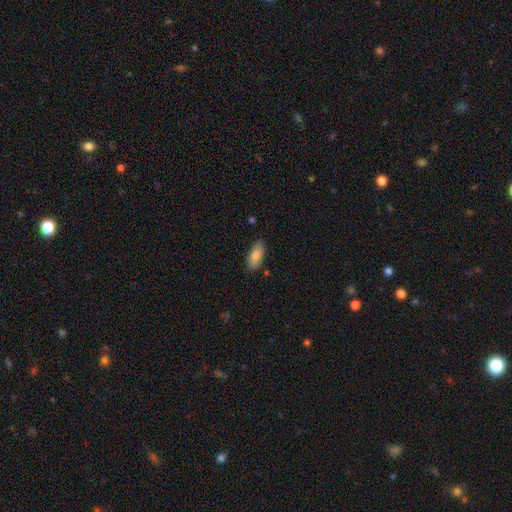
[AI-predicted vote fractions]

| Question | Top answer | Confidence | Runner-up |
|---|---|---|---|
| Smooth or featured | smooth | 84% | featured or disk (10%) |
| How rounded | in between | 86% | cigar-shaped (12%) |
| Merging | none | 84% | minor disturbance (12%) |